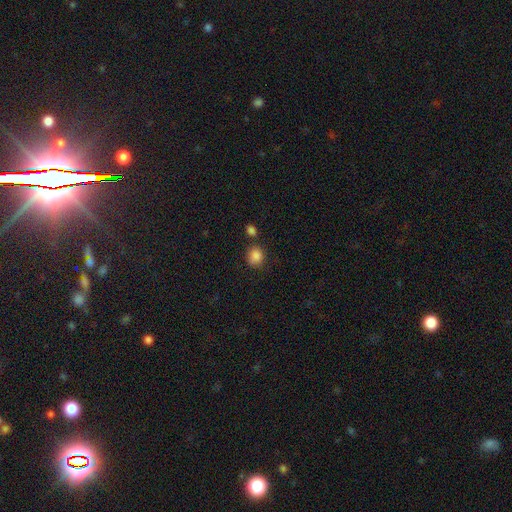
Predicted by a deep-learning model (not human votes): smooth_or_featured: smooth (p=0.86) [alt: star or artifact p=0.10]
how_rounded: round (p=0.71) [alt: in between p=0.28]
merging: none (p=0.71) [alt: minor disturbance p=0.14]